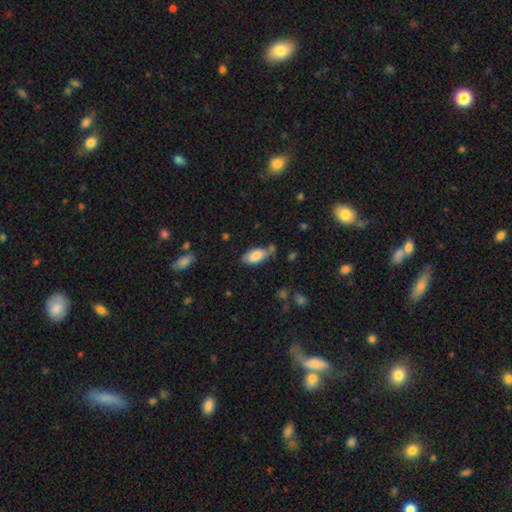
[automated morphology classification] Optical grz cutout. It shows a smooth galaxy with no disk features (83%) that is in between round and cigar-shaped (90%). Merging: none (59%).